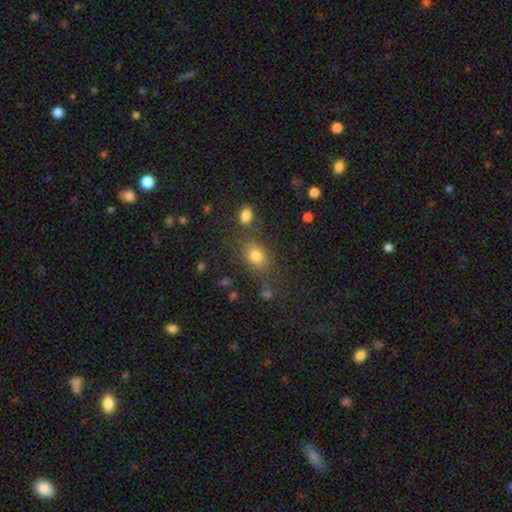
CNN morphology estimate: Overall: smooth (77%). How rounded: in between (63%; round 35%). Merging: none (70%).